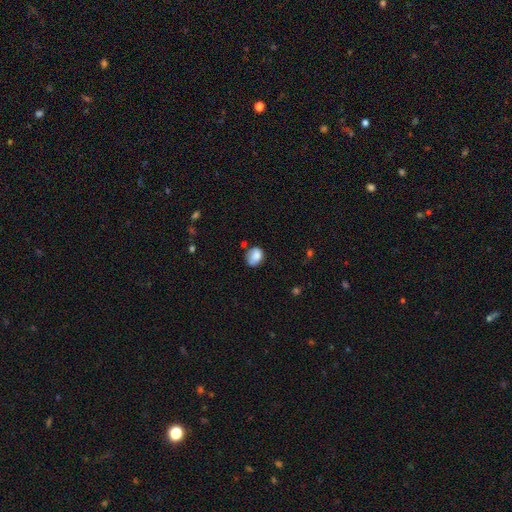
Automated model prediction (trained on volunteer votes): Smooth or featured?
  - smooth: 81% *
  - featured or disk: 11%
  - star or artifact: 9%
How rounded?
  - round: 51% *
  - in between: 48%
  - cigar-shaped: 1%
Merging?
  - none: 58% *
  - minor disturbance: 28%
  - major disturbance: 7%
  - merger: 6%